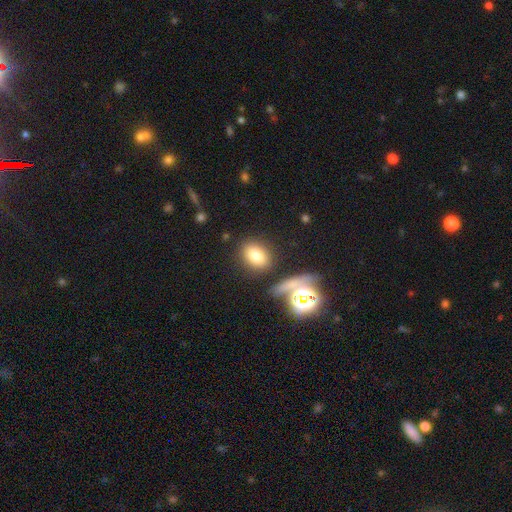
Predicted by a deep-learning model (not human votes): smooth_or_featured: smooth (p=0.78) [alt: star or artifact p=0.12]
how_rounded: in between (p=0.69) [alt: round p=0.29]
merging: none (p=0.80) [alt: minor disturbance p=0.11]